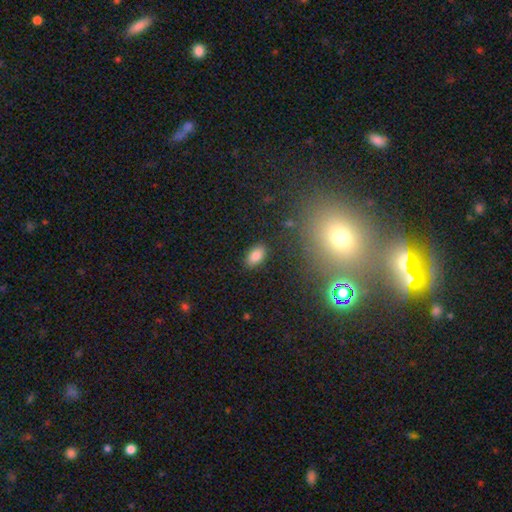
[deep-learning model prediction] A smooth galaxy with no disk features (84%) that is in between round and cigar-shaped (92%).

Vote fractions:
- Smooth or featured? smooth: 84% / star or artifact: 10% / featured or disk: 6%
- How rounded? in between: 92% / round: 6% / cigar-shaped: 2%
- Merging? none: 86% / minor disturbance: 9% / major disturbance: 3% / merger: 2%